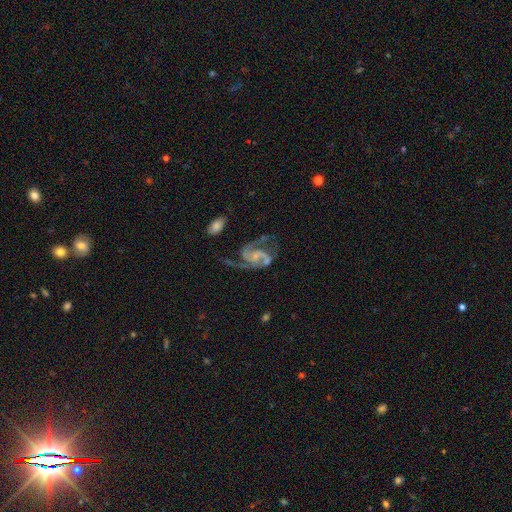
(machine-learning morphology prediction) smooth-or-featured: featured or disk: 90% | star or artifact: 5% | smooth: 4%
  disk-edge-on: no: 98% | yes: 2%
    bar: no: 55% | weak: 35% | strong: 10%
    has-spiral-arms: yes: 97% | no: 3%
      spiral-winding: medium: 56% | loose: 27% | tight: 17%
      spiral-arm-count: 2: 80% | 3: 10% | can't tell: 4% | 1: 3% | 4: 2% | more than 4: 2%
    bulge-size: small: 58% | none: 22% | moderate: 17% | large: 2% | dominant: 1%
  merging: none: 48% | major disturbance: 26% | minor disturbance: 20% | merger: 6%